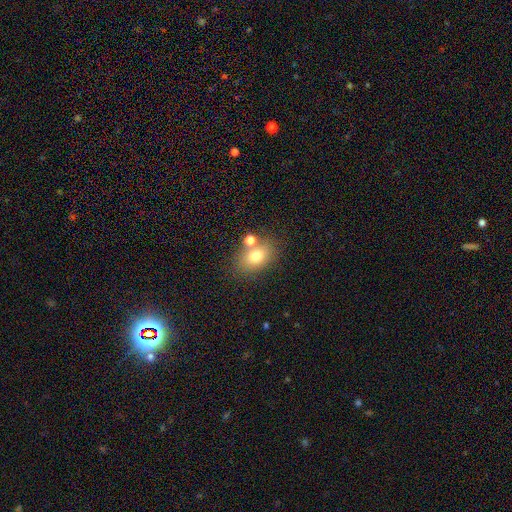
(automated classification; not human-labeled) Overall: smooth (74%). How rounded: in between (71%). Merging: none (66%).